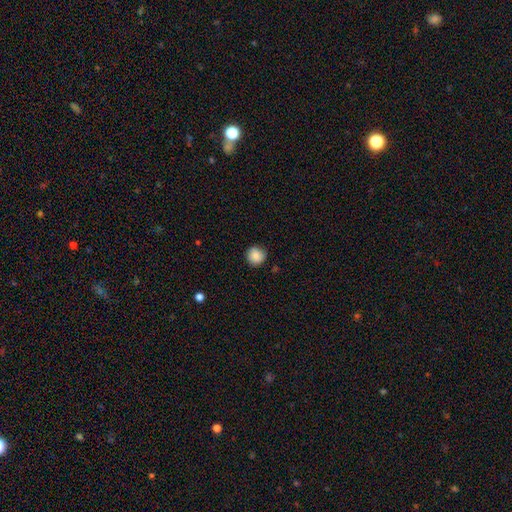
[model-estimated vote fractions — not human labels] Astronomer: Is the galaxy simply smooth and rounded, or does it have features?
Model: smooth — 85%.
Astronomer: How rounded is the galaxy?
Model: round — 92%.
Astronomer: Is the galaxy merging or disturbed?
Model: none — 84%.